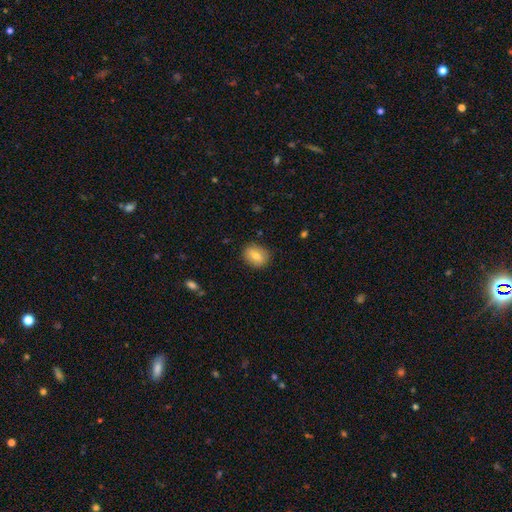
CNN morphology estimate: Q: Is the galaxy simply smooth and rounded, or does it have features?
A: smooth — 76%.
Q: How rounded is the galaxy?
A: in between — 52%.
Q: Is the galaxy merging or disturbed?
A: none — 86%.